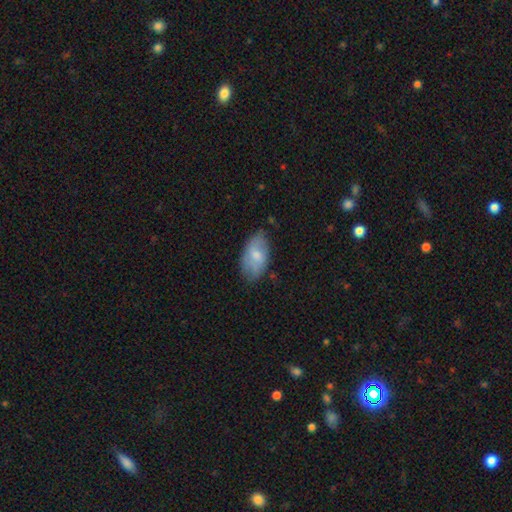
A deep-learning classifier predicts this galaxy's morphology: smooth_or_featured: smooth (p=0.68) [alt: featured or disk p=0.25]
how_rounded: in between (p=0.94) [alt: round p=0.04]
merging: none (p=0.67) [alt: minor disturbance p=0.25]